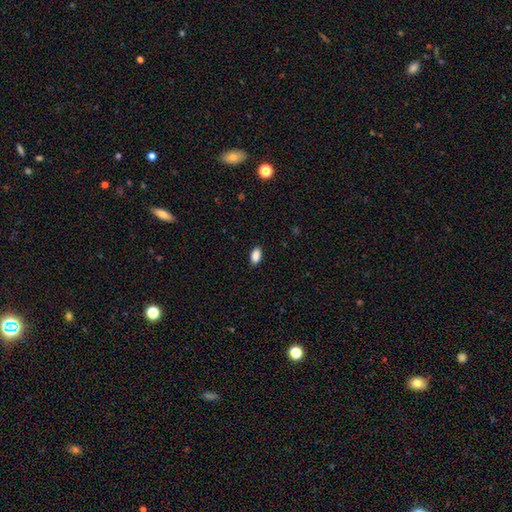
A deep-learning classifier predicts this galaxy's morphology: The model was most divided on "merging": none: 88%, minor disturbance: 9%, major disturbance: 2%, merger: 1%. More confident: how rounded — in between (92%); smooth or featured — smooth (89%).